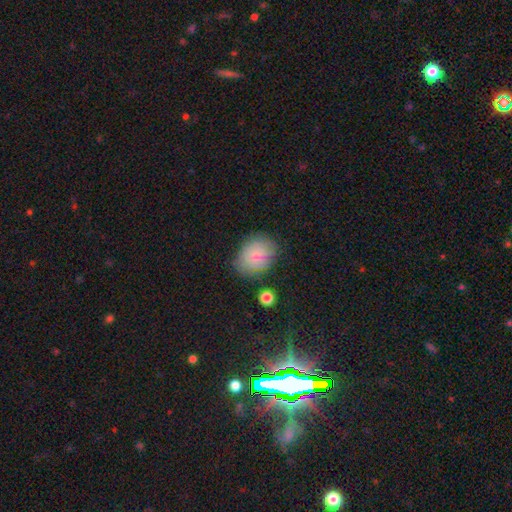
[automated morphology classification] A smooth galaxy with no disk features (79%) that is in between round and cigar-shaped (57%).

Vote fractions:
- Smooth or featured? smooth: 79% / featured or disk: 12% / star or artifact: 8%
- How rounded? in between: 57% / round: 42% / cigar-shaped: 1%
- Merging? none: 73% / minor disturbance: 19% / major disturbance: 5% / merger: 3%